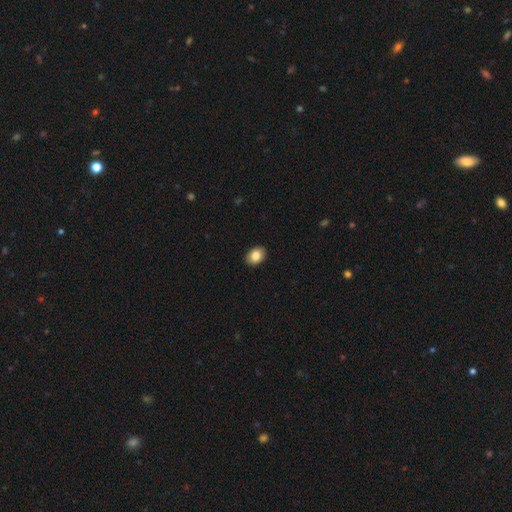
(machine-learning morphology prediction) Overall: smooth (85%). How rounded: in between (74%). Merging: none (90%).